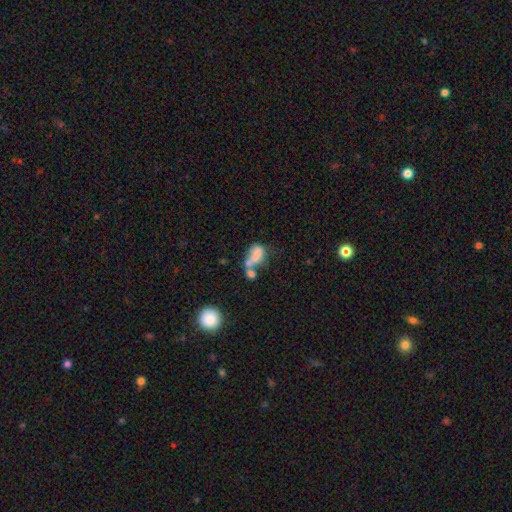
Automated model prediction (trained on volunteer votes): smooth_or_featured: smooth (p=0.63) [alt: featured or disk p=0.25]
how_rounded: in between (p=0.82) [alt: round p=0.10]
merging: merger (p=0.53) [alt: major disturbance p=0.18]